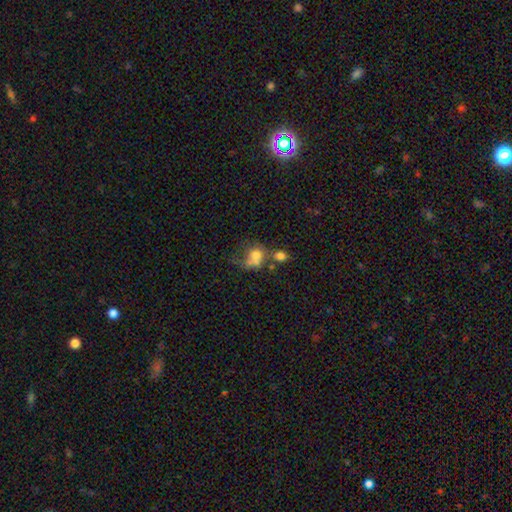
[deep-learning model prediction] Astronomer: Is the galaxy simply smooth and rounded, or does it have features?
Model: smooth — 64%.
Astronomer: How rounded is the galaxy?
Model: round — 55% (runner-up: in between, 43%).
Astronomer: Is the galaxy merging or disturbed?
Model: merger — 43% (runner-up: major disturbance, 23%).